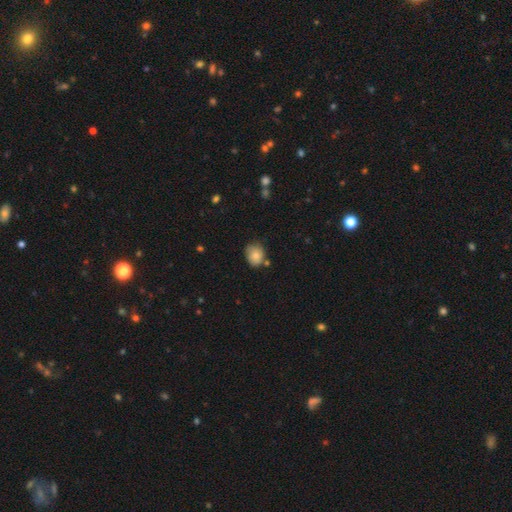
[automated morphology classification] Smooth or featured?
  - smooth: 78% *
  - featured or disk: 13%
  - star or artifact: 9%
How rounded?
  - round: 62% *
  - in between: 37%
  - cigar-shaped: 1%
Merging?
  - none: 61% *
  - minor disturbance: 27%
  - merger: 7%
  - major disturbance: 5%